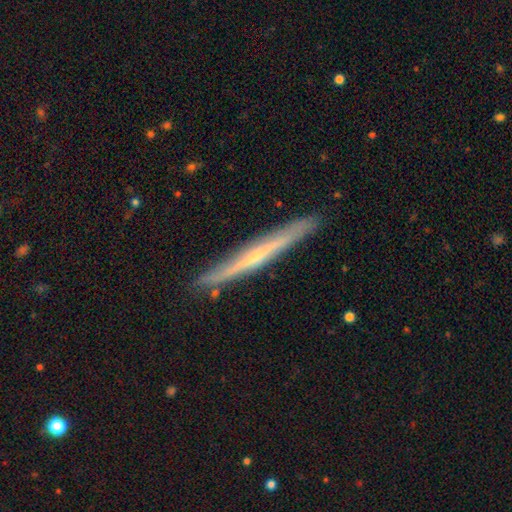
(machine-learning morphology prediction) Overall: featured or disk (64%; smooth 30%). Edge-on disk: yes (96%). Edge-on bulge: none (64%; rounded 30%). Merging: none (87%).